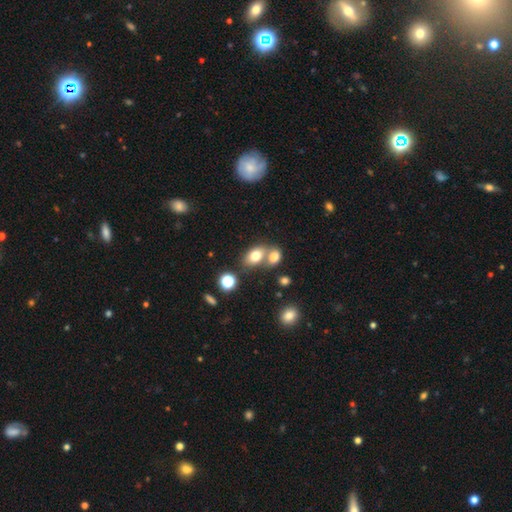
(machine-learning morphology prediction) Smooth or featured?
  - smooth: 77% *
  - featured or disk: 13%
  - star or artifact: 11%
How rounded?
  - in between: 78% *
  - round: 21%
  - cigar-shaped: 2%
Merging?
  - merger: 45% *
  - none: 41%
  - minor disturbance: 10%
  - major disturbance: 4%